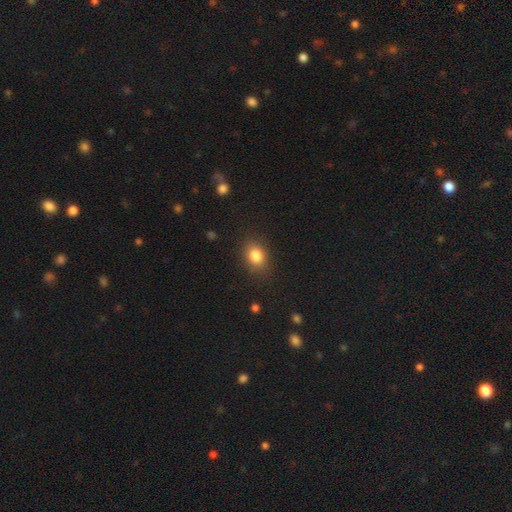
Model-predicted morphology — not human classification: Smooth or featured? Predicted: smooth (p=0.83). How rounded? Predicted: in between (p=0.64). Merging? Predicted: none (p=0.84).